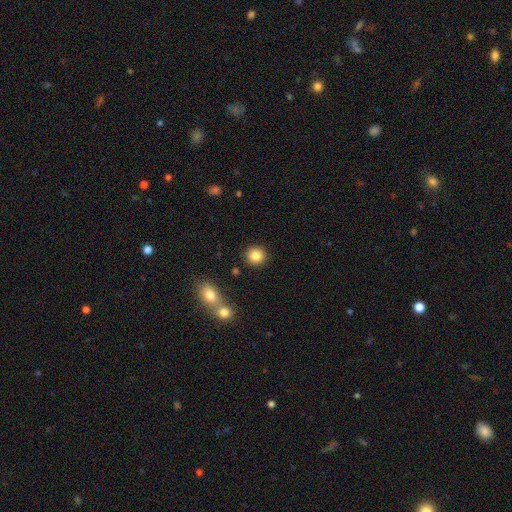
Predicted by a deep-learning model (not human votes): This is clearly a smooth galaxy (85%). How rounded: clearly round (90%). Merging: clearly none (88%).